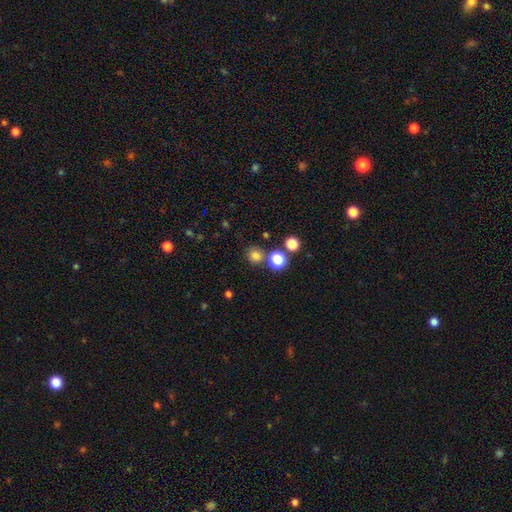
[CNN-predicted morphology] This appears to be a smooth galaxy with no disk features (76%) that is round (87%). Merging: none (76%).